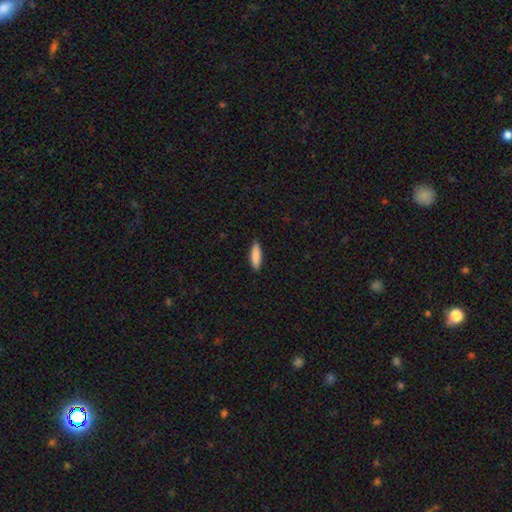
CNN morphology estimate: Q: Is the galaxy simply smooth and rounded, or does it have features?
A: smooth — 87%.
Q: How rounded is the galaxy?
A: cigar-shaped — 61%.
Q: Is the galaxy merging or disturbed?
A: none — 88%.